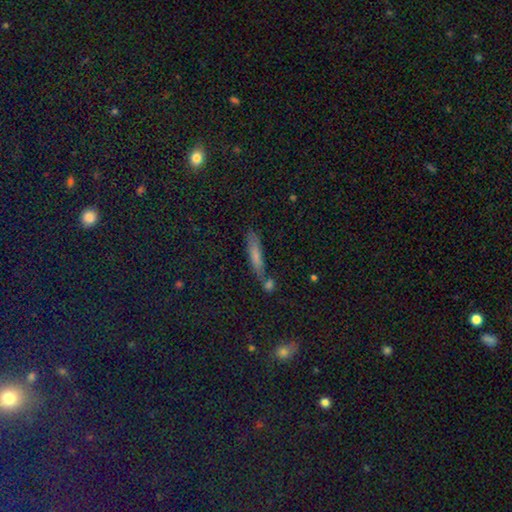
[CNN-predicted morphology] Q: Smooth or featured?
A: smooth (62%); runner-up: featured or disk (20%)
Q: How rounded?
A: cigar-shaped (81%); runner-up: in between (15%)
Q: Merging?
A: none (66%); runner-up: minor disturbance (16%)